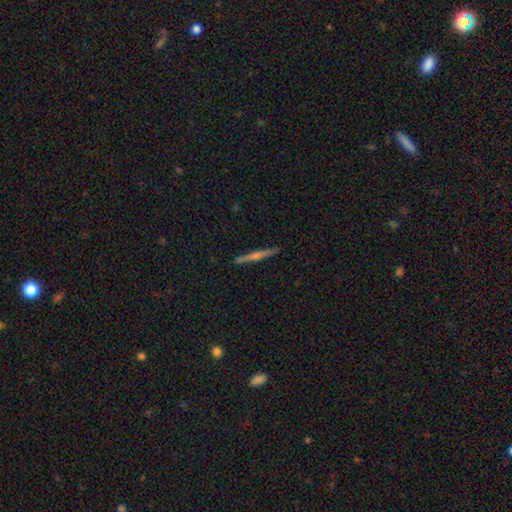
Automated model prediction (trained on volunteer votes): Q: Smooth or featured?
A: featured or disk (66%); runner-up: smooth (27%)
Q: Edge-on disk?
A: yes (98%); runner-up: no (2%)
Q: Edge-on bulge?
A: rounded (69%); runner-up: none (21%)
Q: Merging?
A: none (91%); runner-up: minor disturbance (7%)